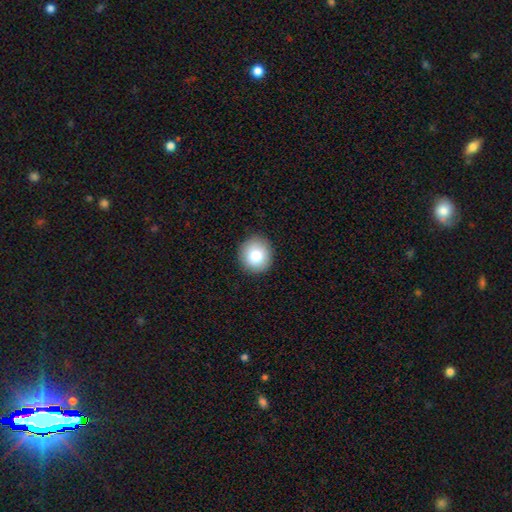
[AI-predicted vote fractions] Morphology: type=smooth (80%); roundness=round (88%); merging=none (90%).